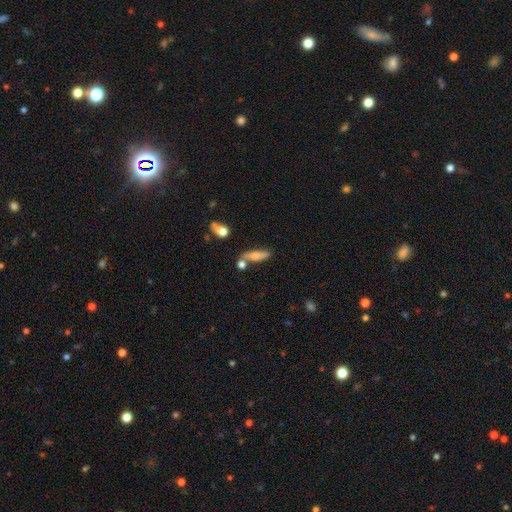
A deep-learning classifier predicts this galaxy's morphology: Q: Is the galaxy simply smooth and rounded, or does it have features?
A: smooth — 67%.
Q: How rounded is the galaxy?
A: cigar-shaped — 58%.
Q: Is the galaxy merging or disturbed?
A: none — 65%.